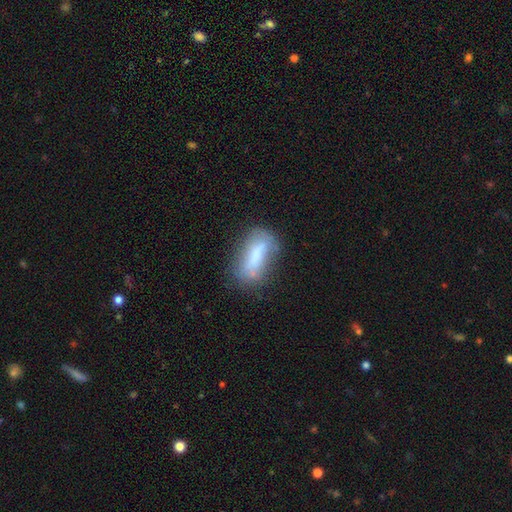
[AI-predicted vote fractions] smooth_or_featured: smooth (p=0.66) [alt: featured or disk p=0.26]
how_rounded: in between (p=0.69) [alt: cigar-shaped p=0.27]
merging: none (p=0.55) [alt: minor disturbance p=0.27]